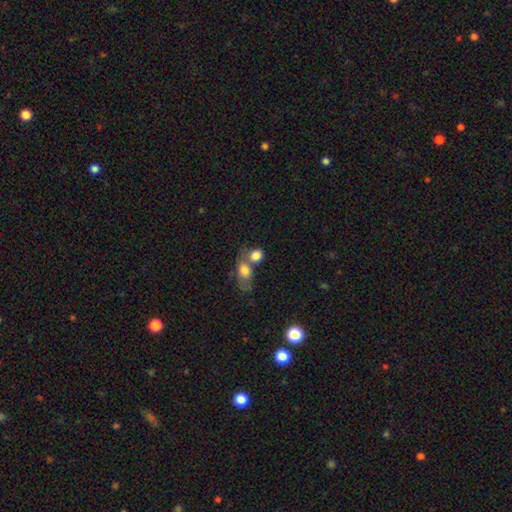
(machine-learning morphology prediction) smooth 81%, featured or disk 11%, star or artifact 9%. Down the decision tree: how rounded — in between (50%); merging — merger (54%).